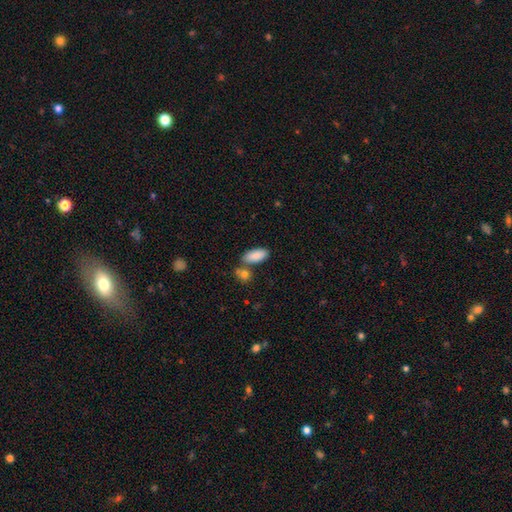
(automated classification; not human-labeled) This is clearly a smooth galaxy (89%). How rounded: clearly in between (88%). Merging: likely none (69%).